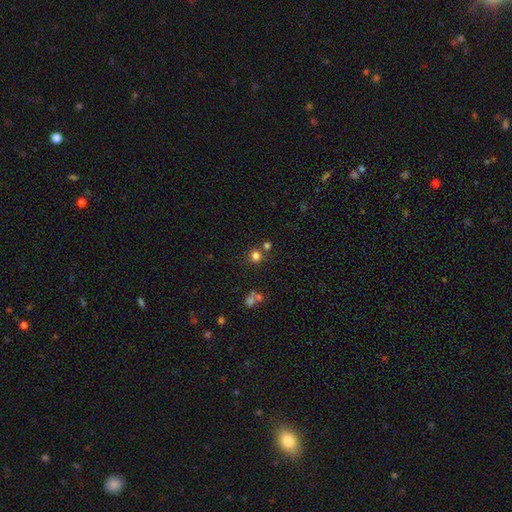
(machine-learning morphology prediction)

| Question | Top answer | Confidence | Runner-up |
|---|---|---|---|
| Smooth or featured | smooth | 77% | star or artifact (17%) |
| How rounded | round | 89% | in between (10%) |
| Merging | none | 71% | merger (17%) |